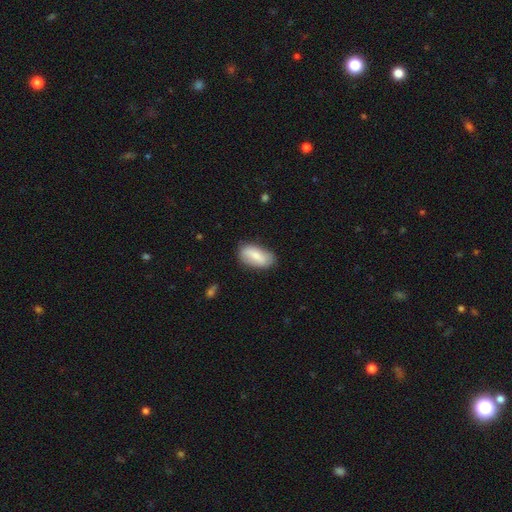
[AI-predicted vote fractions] This is likely a smooth galaxy (74%). How rounded: clearly in between (92%). Merging: likely none (78%).